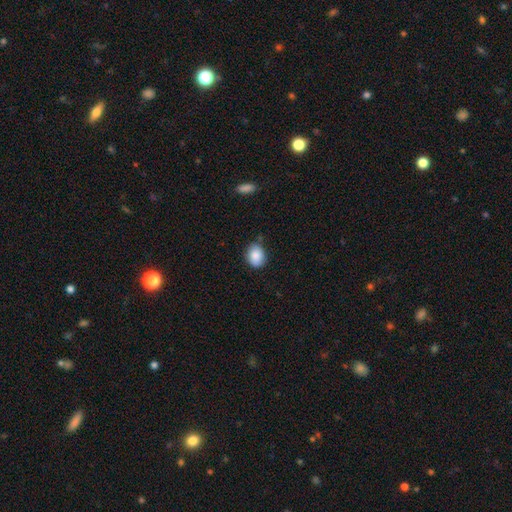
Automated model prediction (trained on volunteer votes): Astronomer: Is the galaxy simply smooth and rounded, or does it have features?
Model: smooth — 86%.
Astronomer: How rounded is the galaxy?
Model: in between — 54% (runner-up: round, 45%).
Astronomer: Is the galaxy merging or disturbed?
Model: none — 74%.